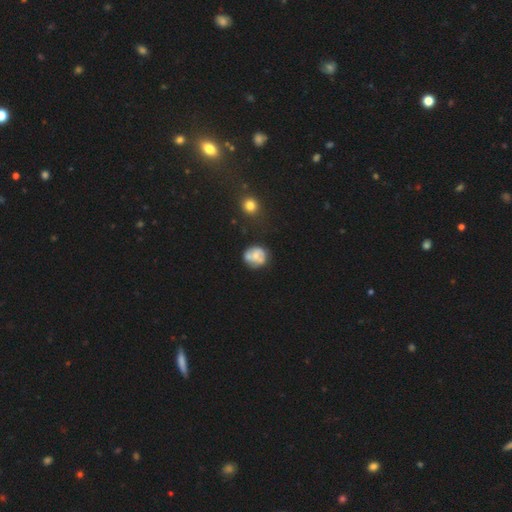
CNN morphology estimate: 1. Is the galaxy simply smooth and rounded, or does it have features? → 49% featured or disk, 43% smooth, 8% star or artifact.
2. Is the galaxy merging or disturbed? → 56% none, 24% minor disturbance, 10% major disturbance, 10% merger.